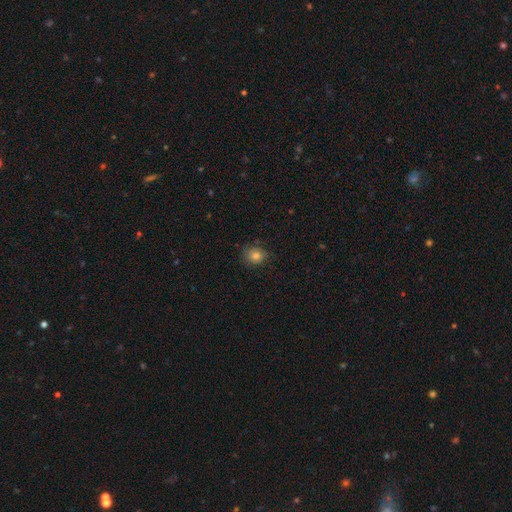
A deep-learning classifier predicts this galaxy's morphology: Smooth or featured? Predicted: smooth (p=0.76). How rounded? Predicted: round (p=0.77). Merging? Predicted: none (p=0.73).